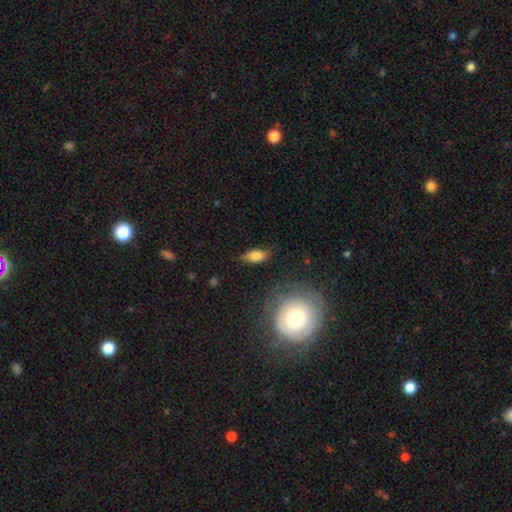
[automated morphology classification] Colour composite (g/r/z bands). It shows a smooth galaxy with no disk features (76%) that is in between round and cigar-shaped (80%). Merging: none (79%).